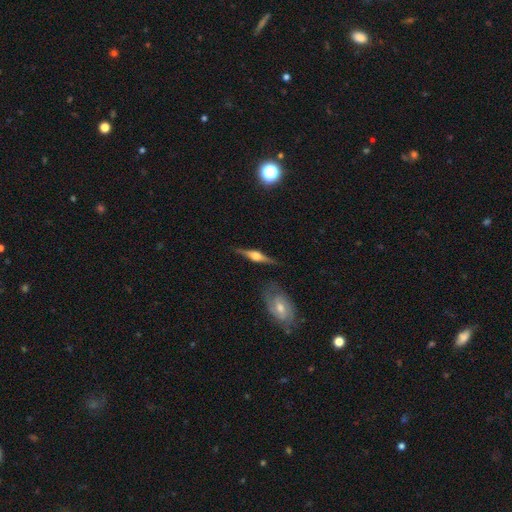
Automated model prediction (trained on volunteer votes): Smooth or featured? featured or disk (78%)
Edge-on disk? yes (95%)
Edge-on bulge? rounded (90%)
Merging? none (80%)